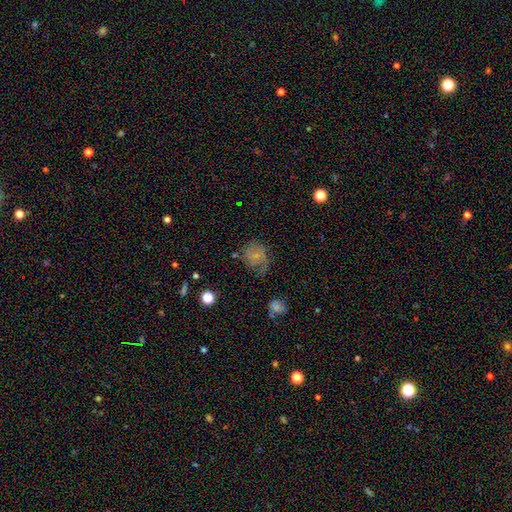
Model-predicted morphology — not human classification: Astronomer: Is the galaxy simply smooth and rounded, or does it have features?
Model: smooth — 57%.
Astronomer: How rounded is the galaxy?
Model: round — 63%.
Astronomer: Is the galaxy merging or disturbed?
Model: none — 49% (runner-up: minor disturbance, 29%).